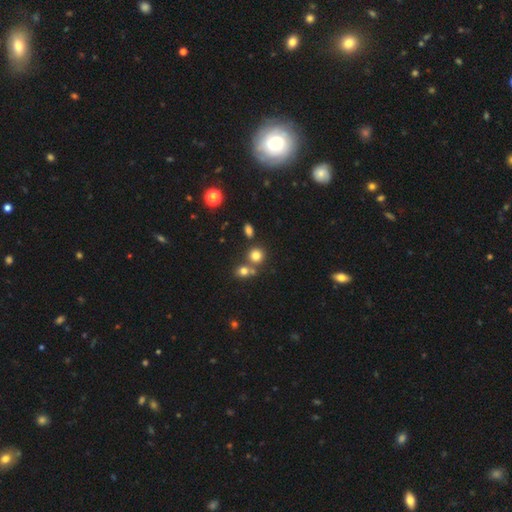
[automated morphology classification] Smooth or featured? Predicted: smooth (p=0.76). How rounded? Predicted: round (p=0.83). Merging? Predicted: none (p=0.63).